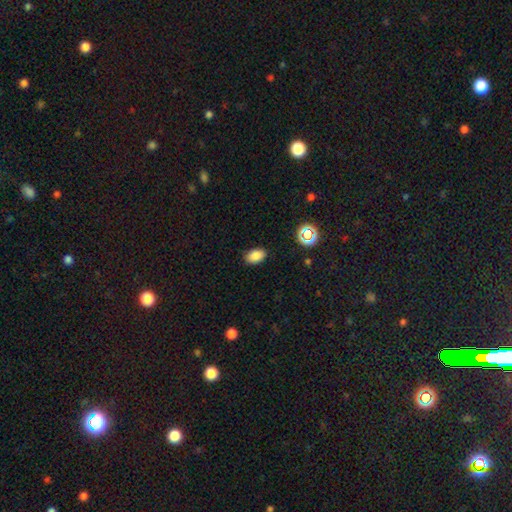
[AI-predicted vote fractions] A smooth galaxy with no disk features (84%) that is in between round and cigar-shaped (89%).

Vote fractions:
- Smooth or featured? smooth: 84% / star or artifact: 11% / featured or disk: 5%
- How rounded? in between: 89% / round: 10% / cigar-shaped: 1%
- Merging? none: 87% / minor disturbance: 9% / major disturbance: 2% / merger: 1%